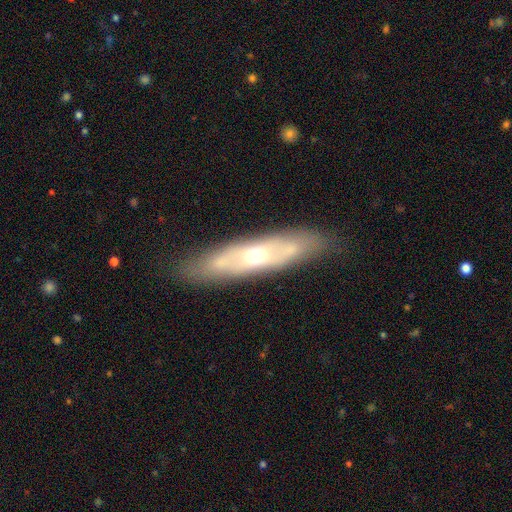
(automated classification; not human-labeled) smooth_or_featured: featured or disk (p=0.63) [alt: smooth p=0.31]
disk_edge_on: no (p=0.56) [alt: yes p=0.44]
merging: none (p=0.81) [alt: minor disturbance p=0.13]